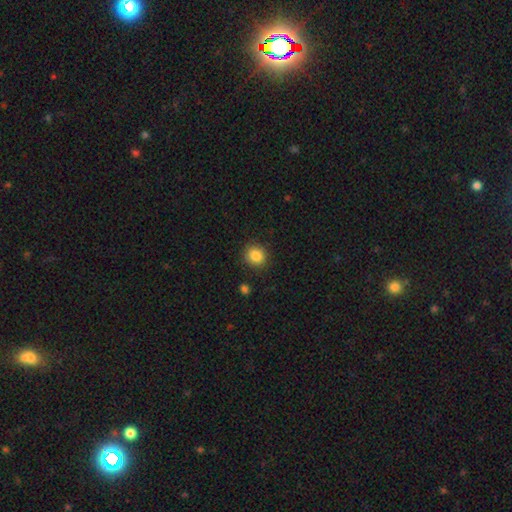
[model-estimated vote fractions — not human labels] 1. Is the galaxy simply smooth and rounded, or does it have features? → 86% smooth, 10% star or artifact, 4% featured or disk.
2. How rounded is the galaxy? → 84% round, 15% in between, 1% cigar-shaped.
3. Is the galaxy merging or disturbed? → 88% none, 8% minor disturbance, 2% major disturbance, 1% merger.